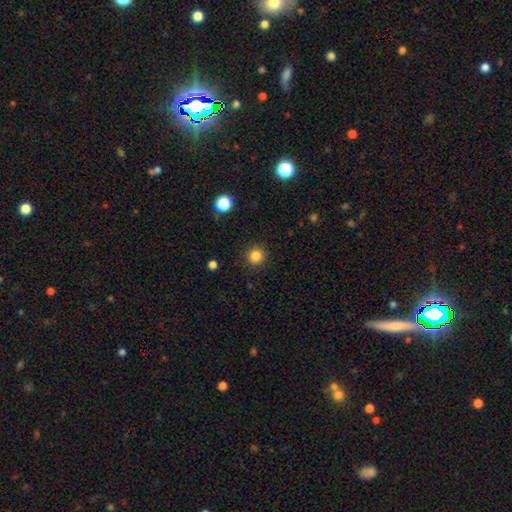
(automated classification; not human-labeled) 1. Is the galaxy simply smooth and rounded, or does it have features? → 84% smooth, 12% star or artifact, 4% featured or disk.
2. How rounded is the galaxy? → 95% round, 4% in between, 1% cigar-shaped.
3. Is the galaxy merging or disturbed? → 91% none, 6% minor disturbance, 2% major disturbance, 1% merger.